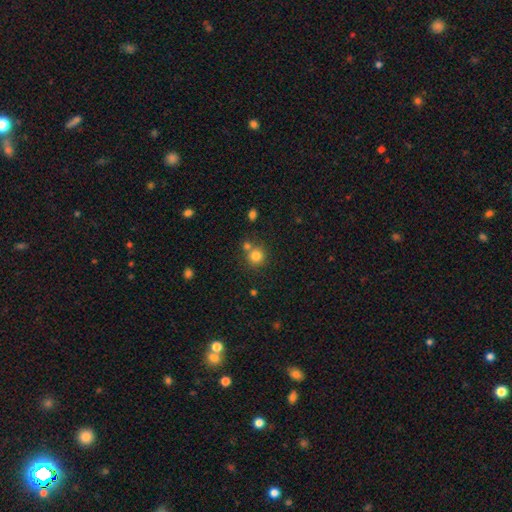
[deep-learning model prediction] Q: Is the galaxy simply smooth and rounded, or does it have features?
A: smooth — 80%.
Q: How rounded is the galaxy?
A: round — 90%.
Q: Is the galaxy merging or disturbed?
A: none — 63%.